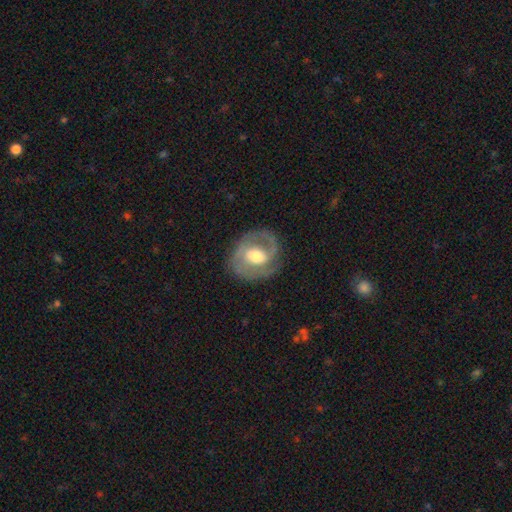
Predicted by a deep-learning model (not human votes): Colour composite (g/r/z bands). It shows a featured or disk galaxy (81%) with no bar (44%), 2 (77%) medium (47%) spiral arms (90%) and a moderate central bulge (64%). Merging: none (76%).